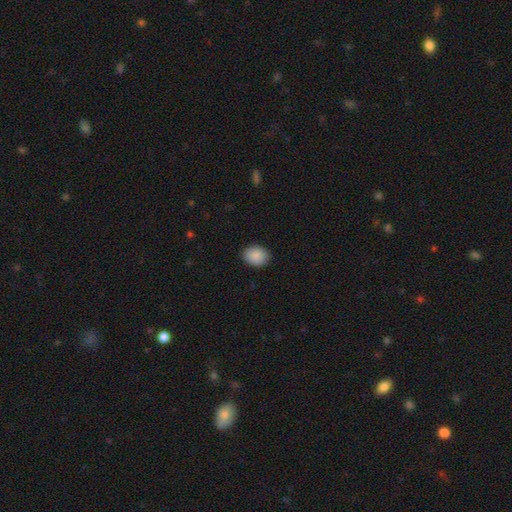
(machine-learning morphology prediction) Smooth or featured? smooth (90%)
How rounded? in between (61%)
Merging? none (89%)